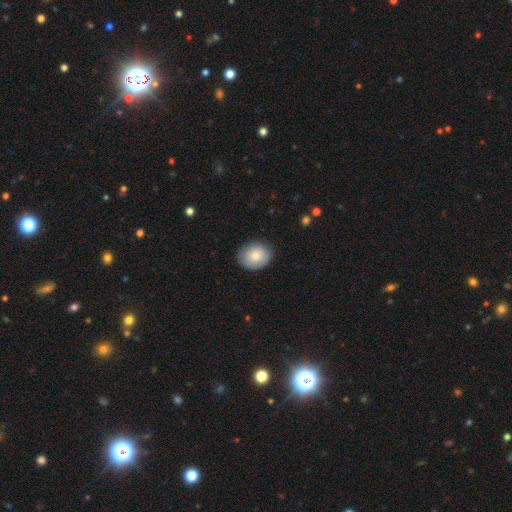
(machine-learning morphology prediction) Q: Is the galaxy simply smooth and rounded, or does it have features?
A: smooth — 82%.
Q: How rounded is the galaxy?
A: in between — 51%.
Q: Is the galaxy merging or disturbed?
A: none — 82%.